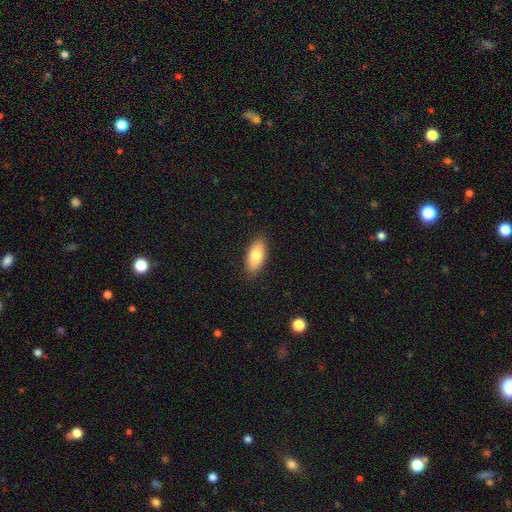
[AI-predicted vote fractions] Morphology: type=smooth (79%); roundness=in between (89%); merging=none (88%).